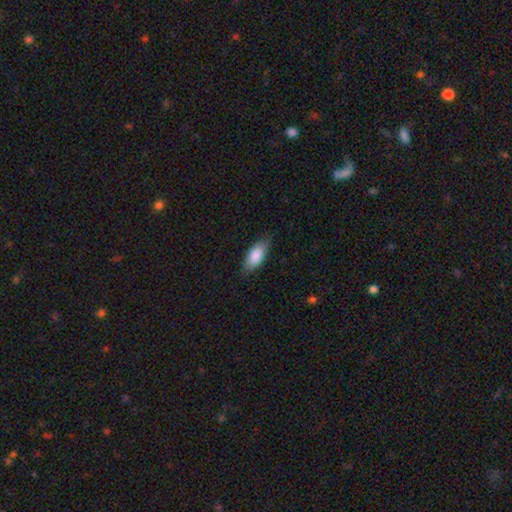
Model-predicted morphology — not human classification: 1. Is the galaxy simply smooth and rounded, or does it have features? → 84% smooth, 11% featured or disk, 6% star or artifact.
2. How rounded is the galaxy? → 87% in between, 11% cigar-shaped, 2% round.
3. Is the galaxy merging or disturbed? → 77% none, 18% minor disturbance, 3% major disturbance, 1% merger.